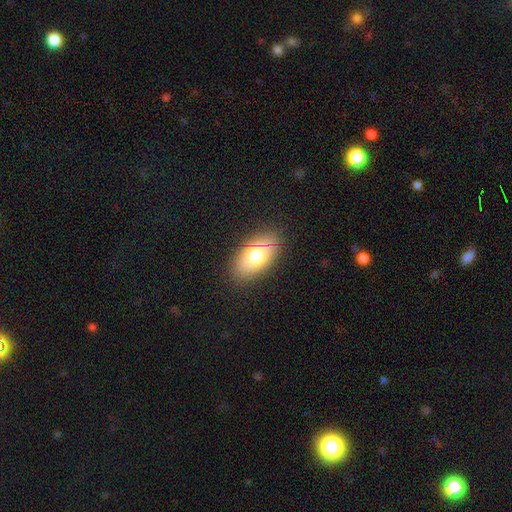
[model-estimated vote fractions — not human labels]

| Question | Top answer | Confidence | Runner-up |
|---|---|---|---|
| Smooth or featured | smooth | 70% | featured or disk (20%) |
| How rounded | in between | 89% | round (8%) |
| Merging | none | 83% | minor disturbance (12%) |